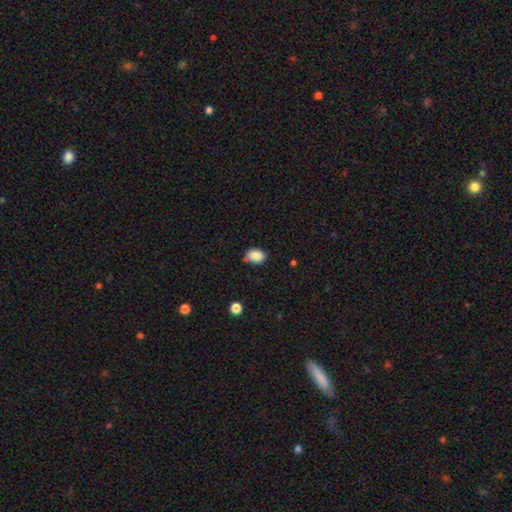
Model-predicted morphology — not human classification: type=smooth (87%); roundness=in between (78%); merging=none (64%).